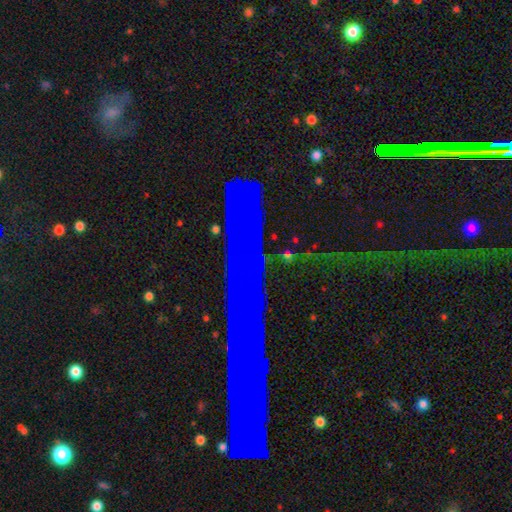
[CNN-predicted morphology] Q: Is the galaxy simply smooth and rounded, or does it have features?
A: star or artifact — 53%.